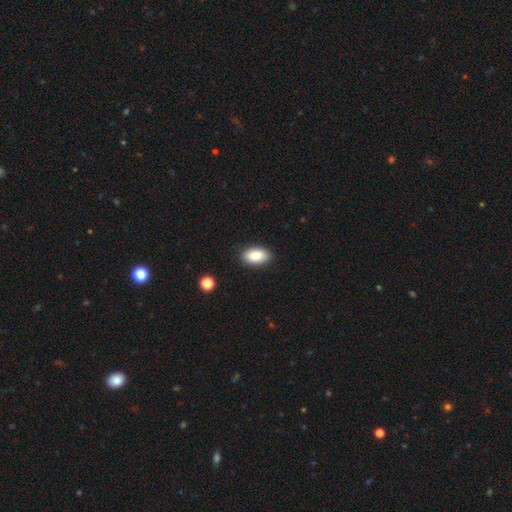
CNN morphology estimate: Smooth or featured: smooth — 86% (star or artifact — 7%)
How rounded: in between — 93% (round — 5%)
Merging: none — 89% (minor disturbance — 8%)